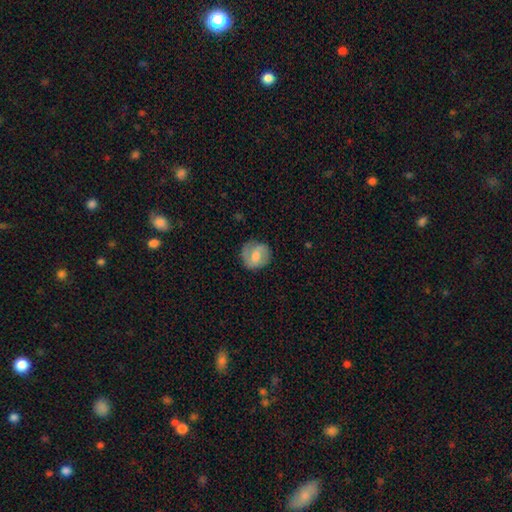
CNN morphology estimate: Smooth or featured?
  - smooth: 51% *
  - featured or disk: 42%
  - star or artifact: 7%
How rounded?
  - round: 84% *
  - in between: 15%
  - cigar-shaped: 1%
Merging?
  - none: 76% *
  - minor disturbance: 17%
  - major disturbance: 6%
  - merger: 1%